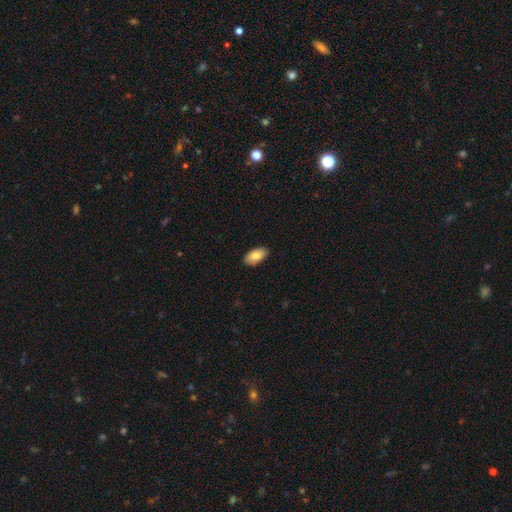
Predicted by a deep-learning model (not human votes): smooth-or-featured: smooth: 83% | featured or disk: 11% | star or artifact: 6%
  how-rounded: in between: 95% | round: 3% | cigar-shaped: 2%
  merging: none: 88% | minor disturbance: 9% | major disturbance: 2% | merger: 1%